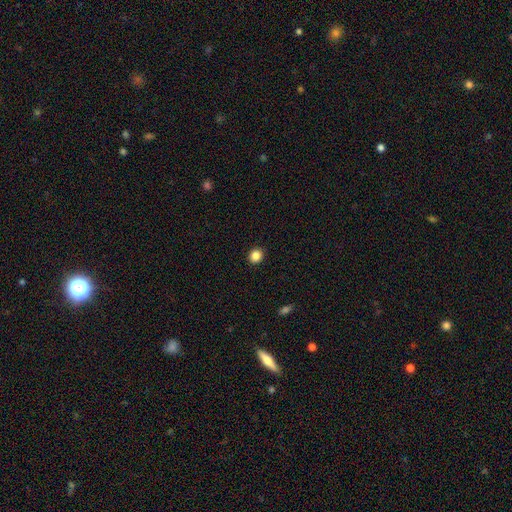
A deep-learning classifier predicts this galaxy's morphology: smooth-or-featured: smooth: 86% | star or artifact: 11% | featured or disk: 4%
  how-rounded: round: 76% | in between: 23% | cigar-shaped: 1%
  merging: none: 92% | minor disturbance: 6% | major disturbance: 2% | merger: 1%